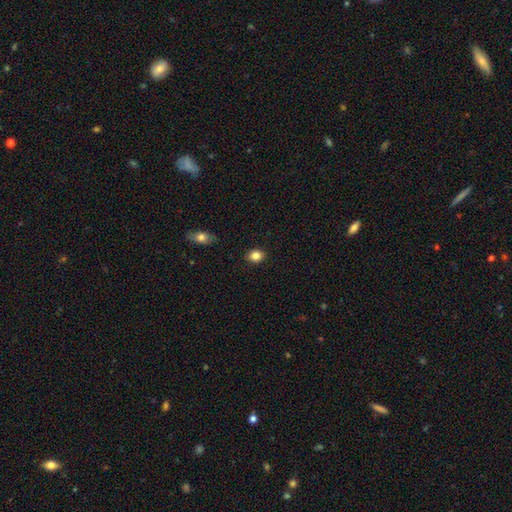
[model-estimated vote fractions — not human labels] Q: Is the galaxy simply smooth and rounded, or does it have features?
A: smooth — 84%.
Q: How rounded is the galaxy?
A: round — 50%.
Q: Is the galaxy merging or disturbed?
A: none — 88%.